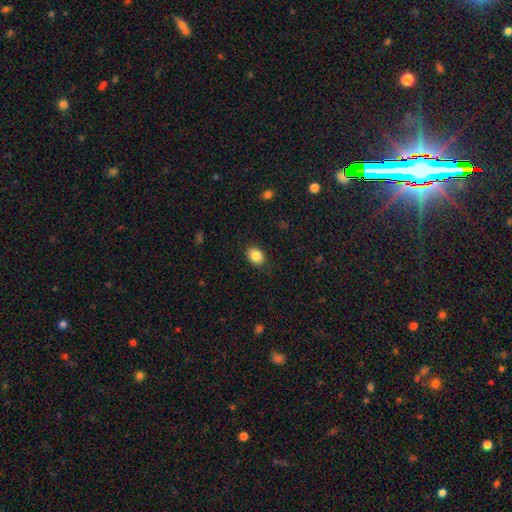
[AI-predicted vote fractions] Q: Smooth or featured?
A: smooth (85%); runner-up: star or artifact (9%)
Q: How rounded?
A: in between (60%); runner-up: round (39%)
Q: Merging?
A: none (84%); runner-up: minor disturbance (12%)